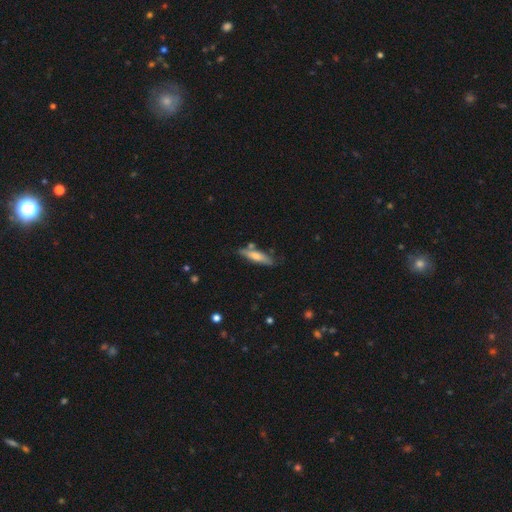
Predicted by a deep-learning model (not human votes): The model was most divided on "smooth or featured": smooth: 60%, featured or disk: 34%, star or artifact: 6%. More confident: how rounded — cigar-shaped (74%); merging — none (69%).